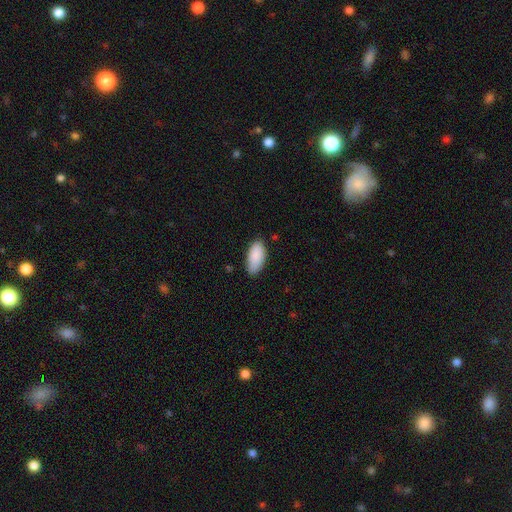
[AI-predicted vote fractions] Morphology: type=smooth (89%); roundness=in between (93%); merging=none (80%).